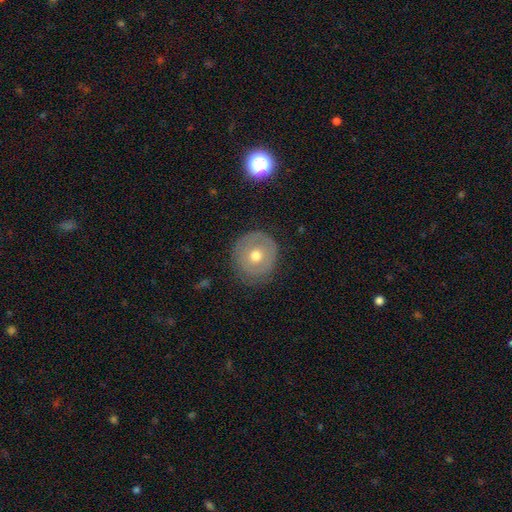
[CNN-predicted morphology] Smooth or featured: smooth — 50% (featured or disk — 41%)
Merging: none — 84% (minor disturbance — 11%)